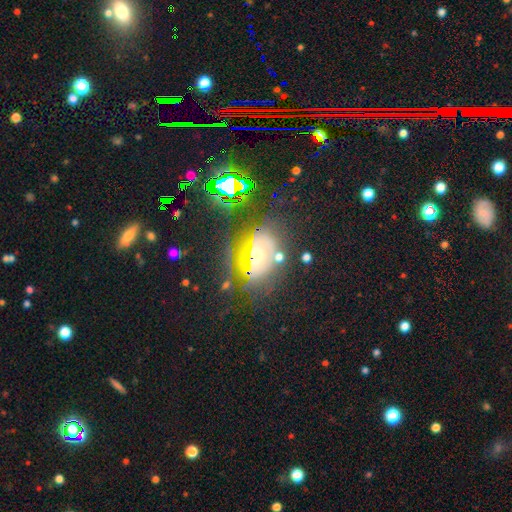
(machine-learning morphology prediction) featured or disk 52%, star or artifact 27%, smooth 20%. Down the decision tree: edge-on disk — no (92%); merging — none (56%).